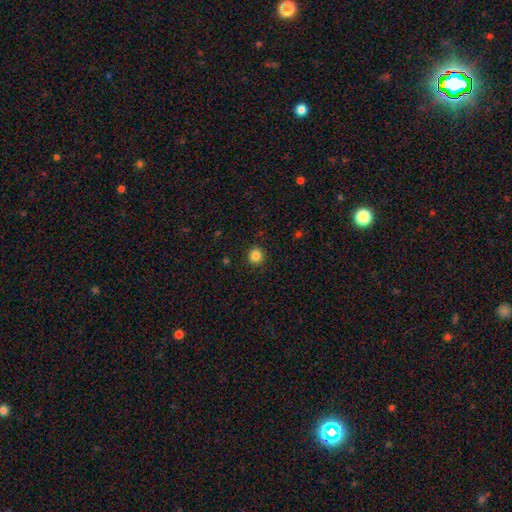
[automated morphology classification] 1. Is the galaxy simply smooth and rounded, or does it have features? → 85% smooth, 11% star or artifact, 4% featured or disk.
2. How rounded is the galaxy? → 95% round, 4% in between, 1% cigar-shaped.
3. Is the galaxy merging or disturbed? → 92% none, 5% minor disturbance, 2% major disturbance, 1% merger.